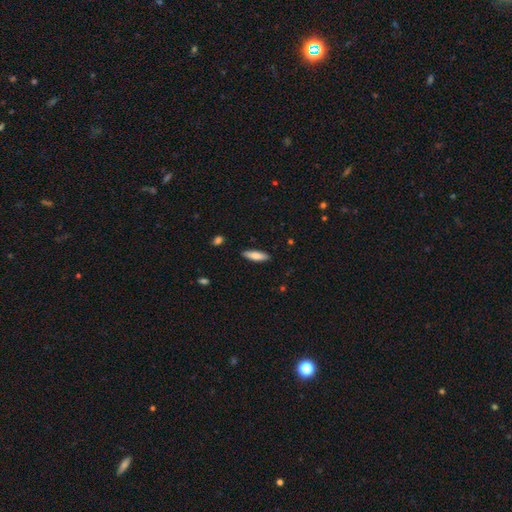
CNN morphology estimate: Smooth or featured: smooth — 82% (featured or disk — 13%)
How rounded: cigar-shaped — 57% (in between — 42%)
Merging: none — 89% (minor disturbance — 9%)